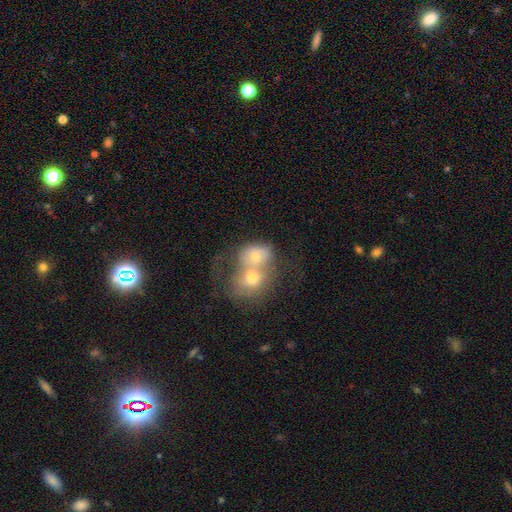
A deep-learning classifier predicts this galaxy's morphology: Smooth or featured?
  - smooth: 61% *
  - featured or disk: 29%
  - star or artifact: 10%
How rounded?
  - round: 51% *
  - in between: 48%
  - cigar-shaped: 1%
Merging?
  - merger: 78% *
  - none: 11%
  - major disturbance: 7%
  - minor disturbance: 5%